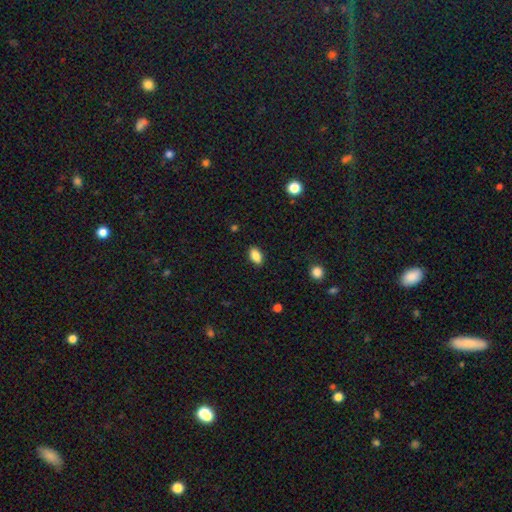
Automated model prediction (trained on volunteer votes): Morphology: type=smooth (86%); roundness=in between (90%); merging=none (88%).